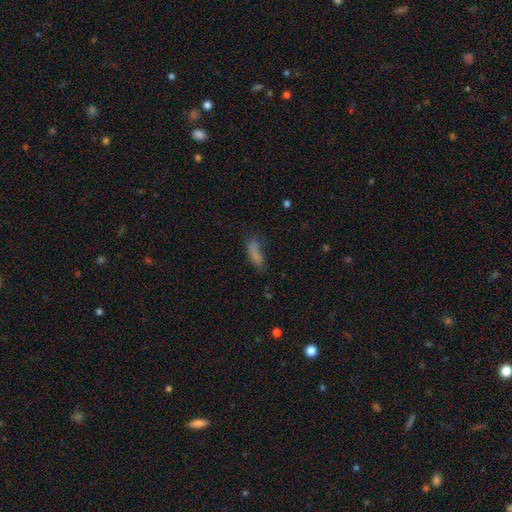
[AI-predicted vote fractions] Morphology: type=smooth (73%); roundness=in between (53%); merging=none (54%).